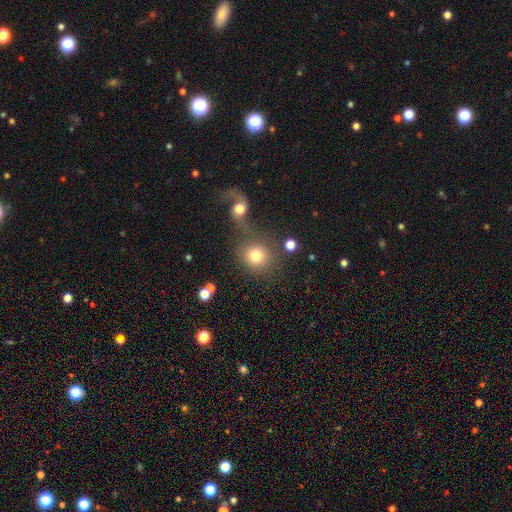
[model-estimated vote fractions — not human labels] This is likely a smooth galaxy (76%). How rounded: clearly round (83%). Merging: possibly none (56%).